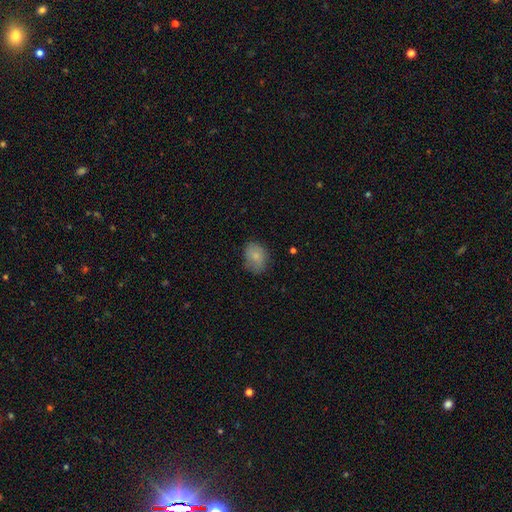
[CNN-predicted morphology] A smooth galaxy with no disk features (81%) that is in between round and cigar-shaped (73%).

Vote fractions:
- Smooth or featured? smooth: 81% / featured or disk: 11% / star or artifact: 8%
- How rounded? in between: 73% / round: 26% / cigar-shaped: 1%
- Merging? none: 72% / minor disturbance: 21% / major disturbance: 5% / merger: 1%